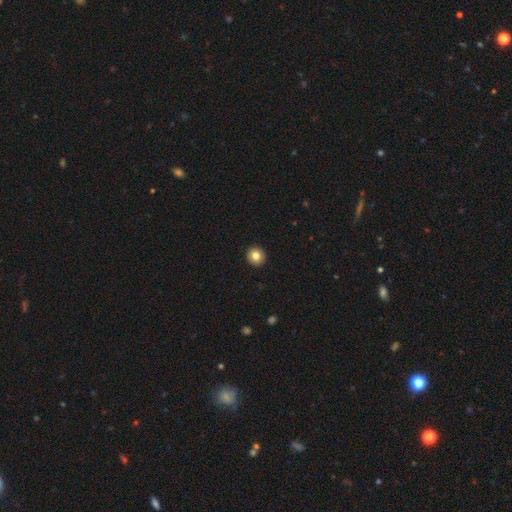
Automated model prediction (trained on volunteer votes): Overall: smooth (82%). How rounded: round (93%). Merging: none (93%).